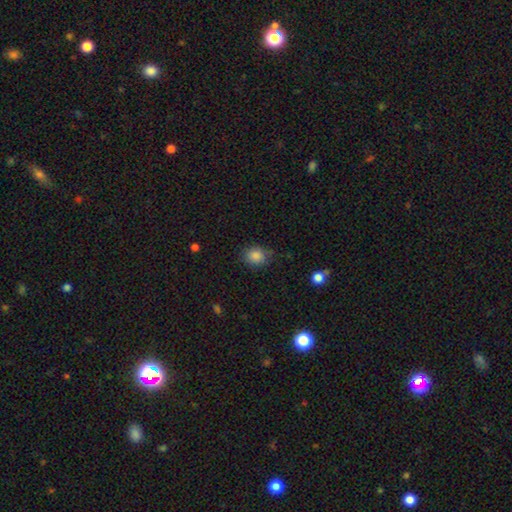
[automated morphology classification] smooth_or_featured: smooth (p=0.86) [alt: star or artifact p=0.10]
how_rounded: round (p=0.65) [alt: in between p=0.34]
merging: none (p=0.75) [alt: minor disturbance p=0.19]